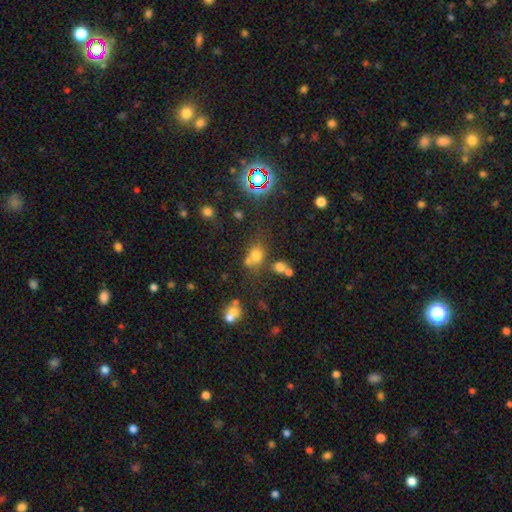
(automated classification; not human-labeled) Smooth or featured? Predicted: smooth (p=0.62). How rounded? Predicted: round (p=0.68). Merging? Predicted: none (p=0.52).